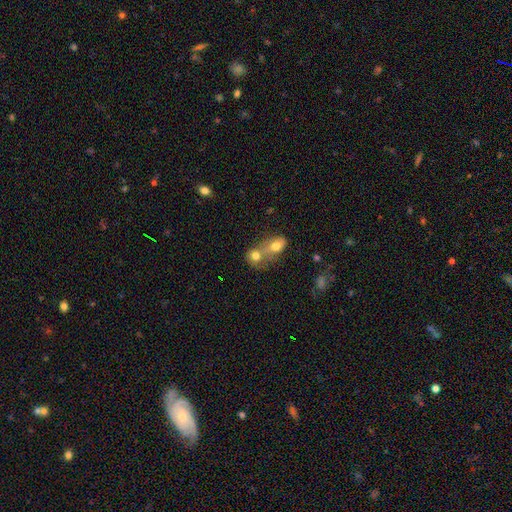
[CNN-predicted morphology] This appears to be a smooth galaxy with no disk features (75%) that is round (59%). Merging: merger (67%).